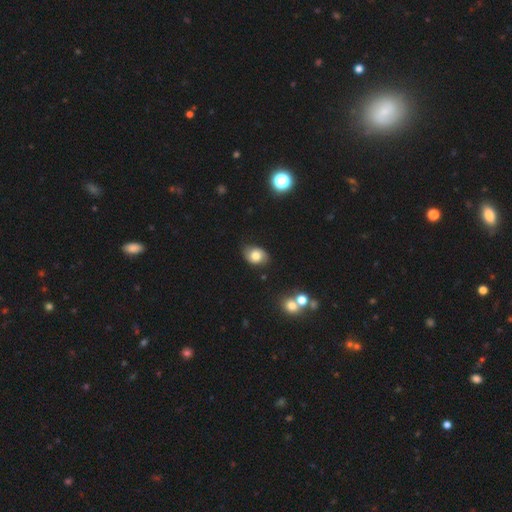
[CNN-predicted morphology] Smooth or featured?
  - smooth: 71% *
  - featured or disk: 19%
  - star or artifact: 9%
How rounded?
  - in between: 72% *
  - round: 27%
  - cigar-shaped: 1%
Merging?
  - none: 76% *
  - minor disturbance: 18%
  - major disturbance: 4%
  - merger: 2%